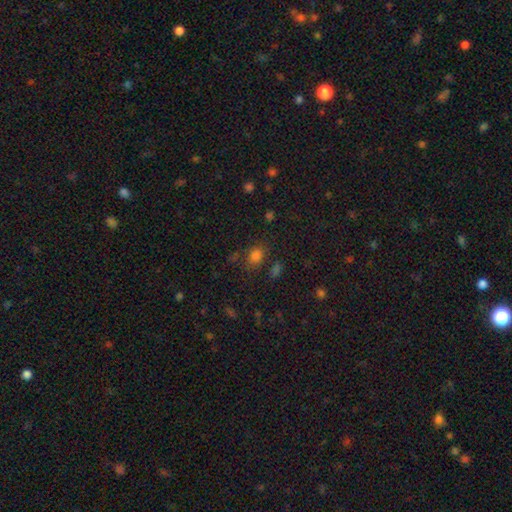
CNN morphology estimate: This is likely a smooth galaxy (76%). How rounded: possibly in between (51%). Merging: likely none (72%).